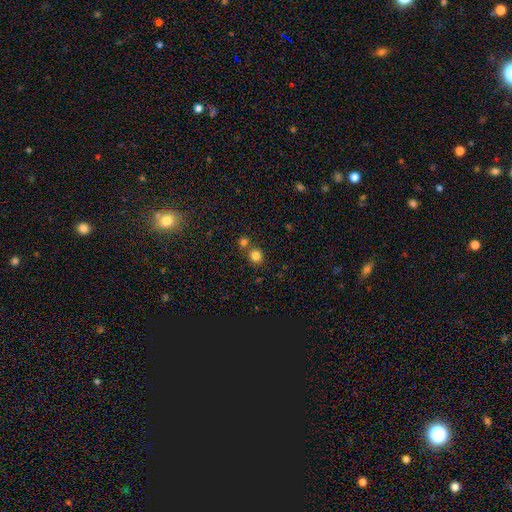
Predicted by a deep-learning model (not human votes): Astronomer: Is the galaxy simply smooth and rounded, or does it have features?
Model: smooth — 81%.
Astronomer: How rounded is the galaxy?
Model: round — 86%.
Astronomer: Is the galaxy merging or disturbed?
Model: none — 69%.